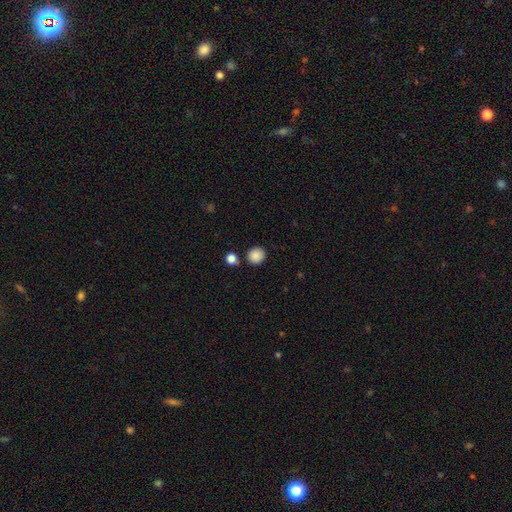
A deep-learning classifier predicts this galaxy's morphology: Overall: smooth (87%). How rounded: round (89%). Merging: none (84%).